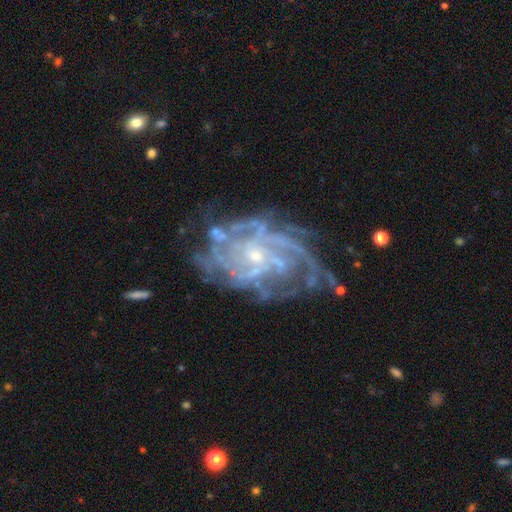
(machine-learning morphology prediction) smooth_or_featured: featured or disk (p=0.88) [alt: star or artifact p=0.07]
disk_edge_on: no (p=0.97) [alt: yes p=0.03]
bar: no (p=0.66) [alt: weak p=0.27]
has_spiral_arms: yes (p=0.94) [alt: no p=0.06]
spiral_winding: tight (p=0.61) [alt: medium p=0.31]
spiral_arm_count: can't tell (p=0.33) [alt: 4 p=0.21]
bulge_size: small (p=0.76) [alt: moderate p=0.18]
merging: none (p=0.60) [alt: minor disturbance p=0.22]